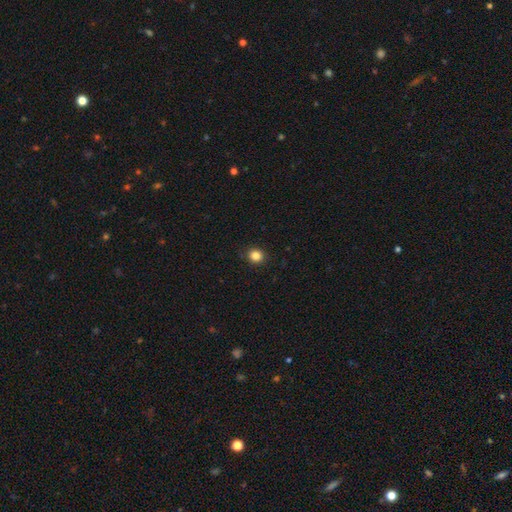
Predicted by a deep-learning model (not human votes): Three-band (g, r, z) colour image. It shows a smooth galaxy with no disk features (84%) that is round (82%). Merging: none (90%).